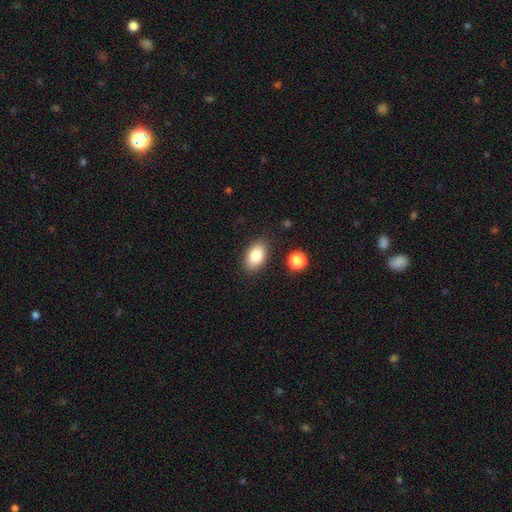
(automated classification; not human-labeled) This is clearly a smooth galaxy (82%). How rounded: clearly in between (90%). Merging: clearly none (86%).